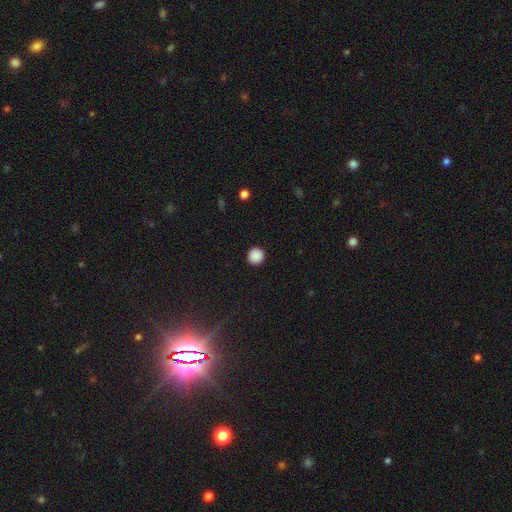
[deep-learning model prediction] Smooth or featured: smooth — 89% (star or artifact — 9%)
How rounded: round — 95% (in between — 4%)
Merging: none — 93% (minor disturbance — 4%)